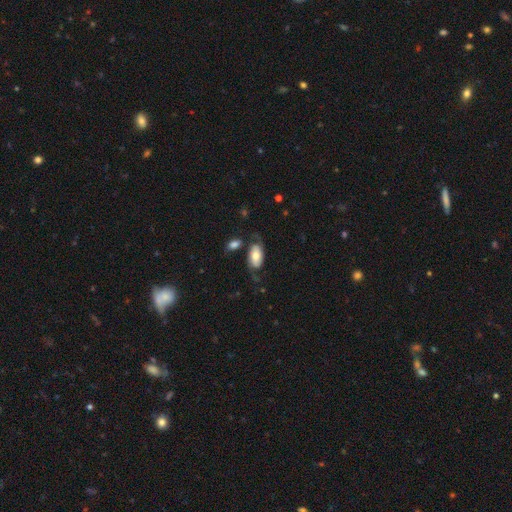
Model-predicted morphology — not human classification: Smooth or featured?
  - smooth: 47% *
  - featured or disk: 46%
  - star or artifact: 7%
Merging?
  - none: 53% *
  - minor disturbance: 22%
  - major disturbance: 16%
  - merger: 9%